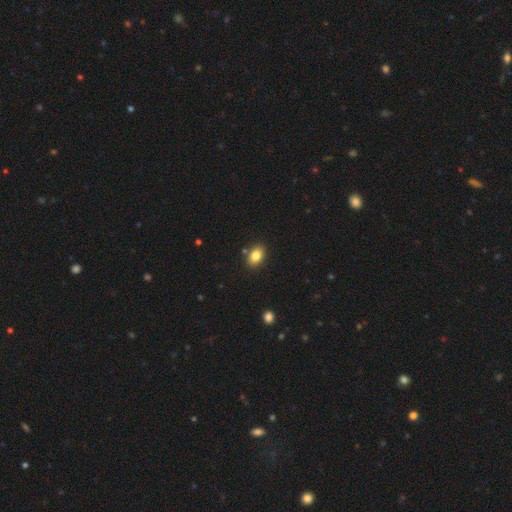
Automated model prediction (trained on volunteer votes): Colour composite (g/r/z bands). It shows a smooth galaxy with no disk features (83%) that is in between round and cigar-shaped (81%). Merging: none (83%).